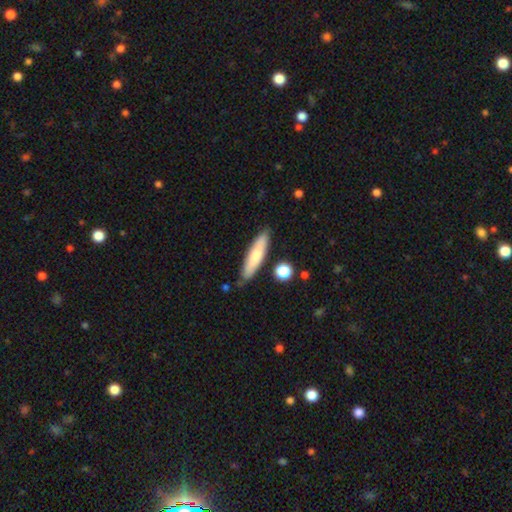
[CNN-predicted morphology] Smooth or featured? smooth (74%)
How rounded? cigar-shaped (76%)
Merging? none (82%)